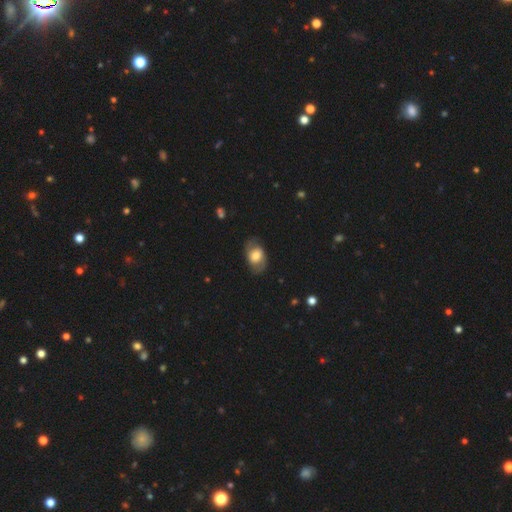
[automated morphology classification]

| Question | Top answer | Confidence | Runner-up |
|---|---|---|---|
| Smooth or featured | featured or disk | 47% | smooth (46%) |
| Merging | none | 75% | minor disturbance (17%) |